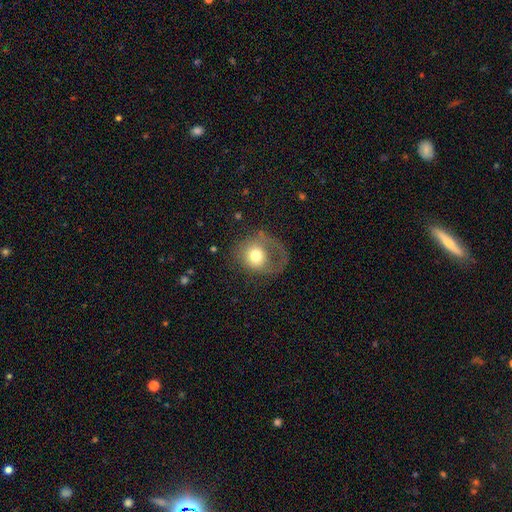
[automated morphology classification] type=smooth (62%); roundness=round (69%); merging=major disturbance (45%).